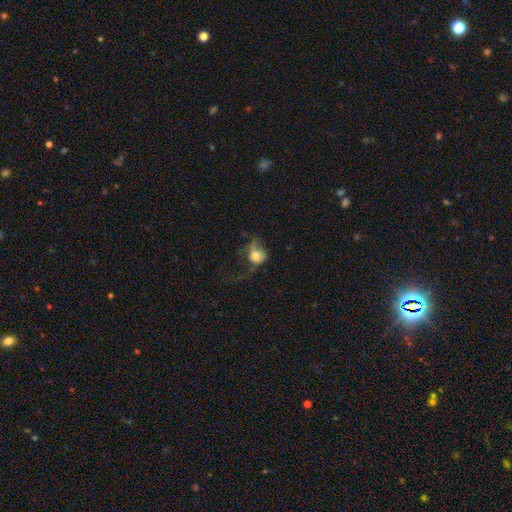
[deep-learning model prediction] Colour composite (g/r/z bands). It shows a smooth galaxy with no disk features (66%) that is round (55%). Merging: major disturbance (54%).